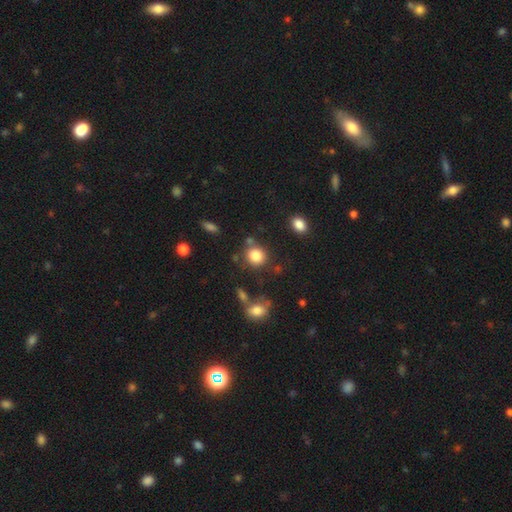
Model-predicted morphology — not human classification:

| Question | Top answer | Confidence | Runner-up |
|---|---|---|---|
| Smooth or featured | smooth | 84% | star or artifact (10%) |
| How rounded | round | 84% | in between (15%) |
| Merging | none | 74% | minor disturbance (11%) |